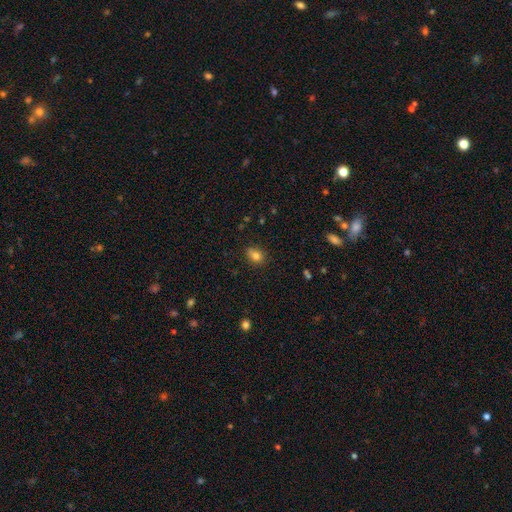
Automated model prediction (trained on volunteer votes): The model was most divided on "how rounded": in between: 50%, round: 49%, cigar-shaped: 1%. More confident: smooth or featured — smooth (80%); merging — none (70%).